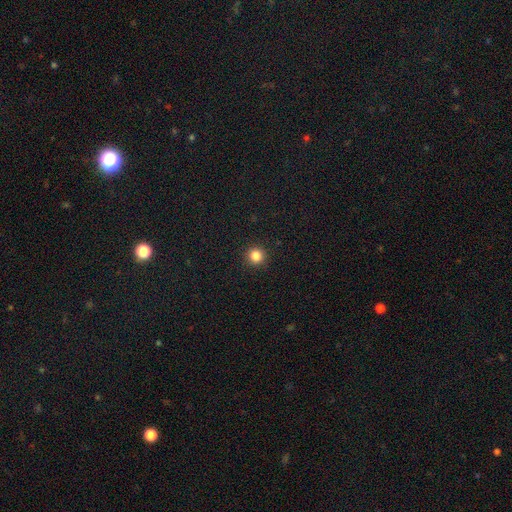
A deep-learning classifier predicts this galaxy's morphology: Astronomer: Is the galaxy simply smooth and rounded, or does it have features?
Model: smooth — 84%.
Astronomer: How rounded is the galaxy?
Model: round — 95%.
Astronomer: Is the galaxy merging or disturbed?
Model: none — 93%.